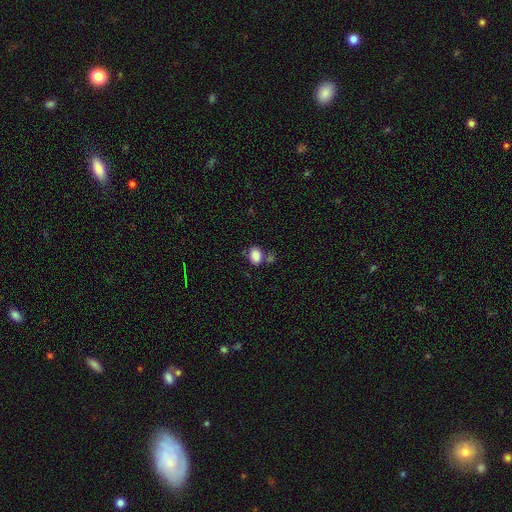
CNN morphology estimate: smooth_or_featured: smooth (p=0.85) [alt: star or artifact p=0.09]
how_rounded: in between (p=0.70) [alt: round p=0.29]
merging: none (p=0.58) [alt: merger p=0.20]